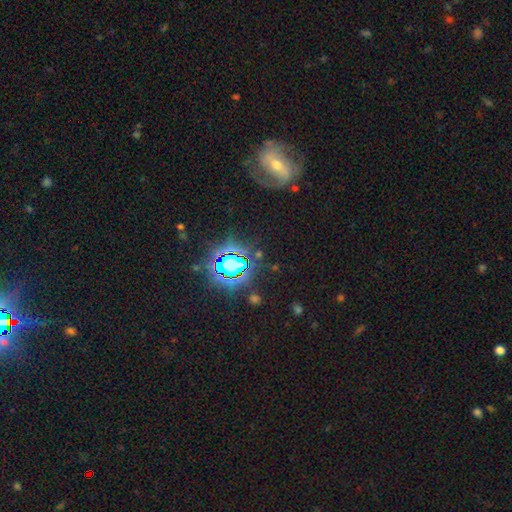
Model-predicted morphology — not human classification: type=star or artifact (66%).